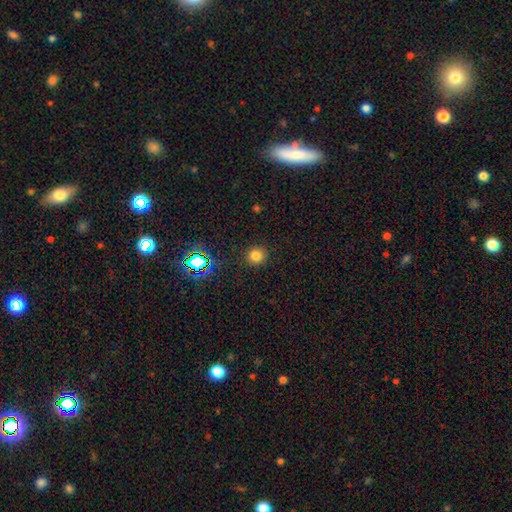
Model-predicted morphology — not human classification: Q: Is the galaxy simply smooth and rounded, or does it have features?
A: smooth — 78%.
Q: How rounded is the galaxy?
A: round — 92%.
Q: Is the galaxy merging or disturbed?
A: none — 90%.